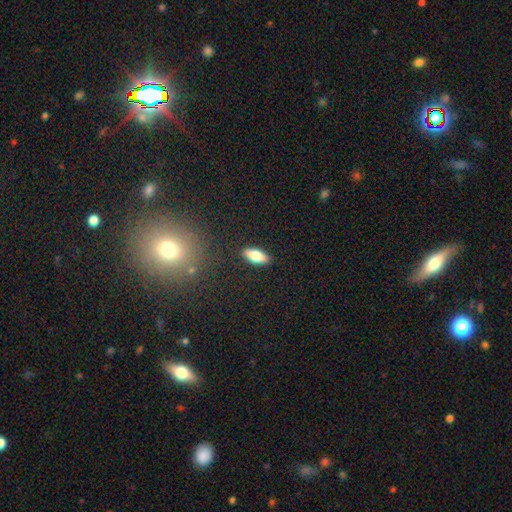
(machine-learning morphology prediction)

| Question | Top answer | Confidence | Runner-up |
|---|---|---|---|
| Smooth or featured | smooth | 75% | featured or disk (18%) |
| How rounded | in between | 79% | cigar-shaped (19%) |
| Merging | none | 89% | minor disturbance (8%) |